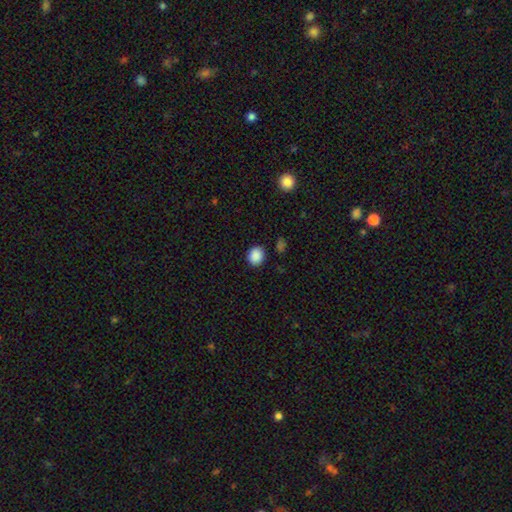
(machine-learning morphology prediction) A smooth galaxy with no disk features (88%) that is round (76%).

Vote fractions:
- Smooth or featured? smooth: 88% / star or artifact: 9% / featured or disk: 3%
- How rounded? round: 76% / in between: 23% / cigar-shaped: 1%
- Merging? none: 87% / minor disturbance: 9% / major disturbance: 3% / merger: 2%